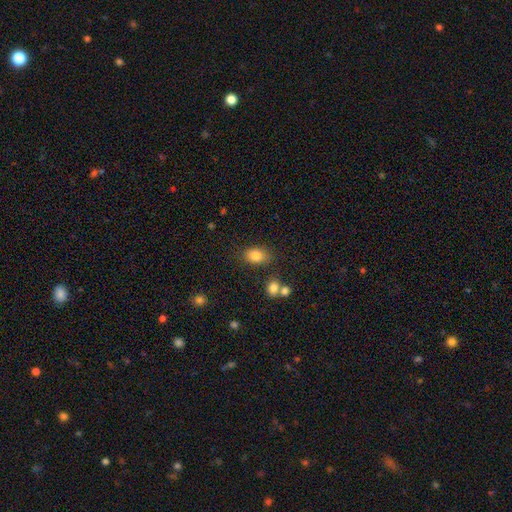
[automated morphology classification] smooth_or_featured: smooth (p=0.83) [alt: star or artifact p=0.10]
how_rounded: in between (p=0.80) [alt: round p=0.18]
merging: none (p=0.75) [alt: minor disturbance p=0.14]